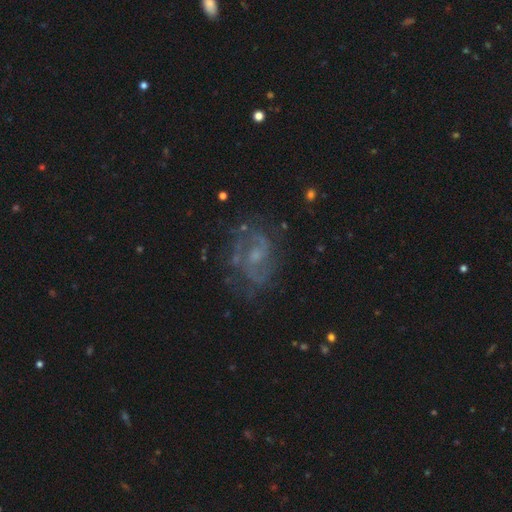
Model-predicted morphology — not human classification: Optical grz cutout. It shows a featured or disk galaxy (75%) with no bar (54%), 2 (61%) medium (47%) spiral arms (84%) and a small central bulge (55%). Merging: none (67%).